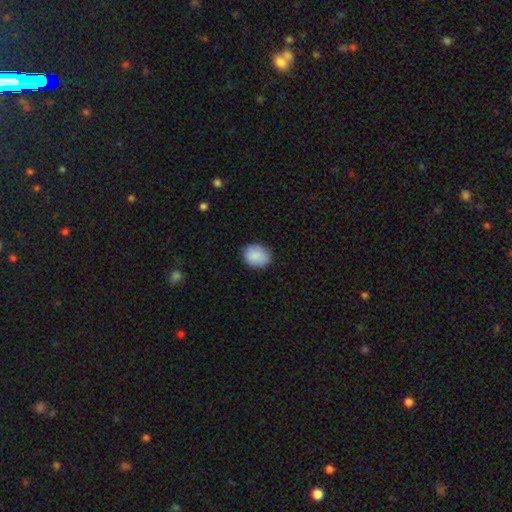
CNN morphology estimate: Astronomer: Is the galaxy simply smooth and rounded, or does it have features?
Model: smooth — 88%.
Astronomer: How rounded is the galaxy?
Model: round — 58% (runner-up: in between, 41%).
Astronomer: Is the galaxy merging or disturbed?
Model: none — 83%.